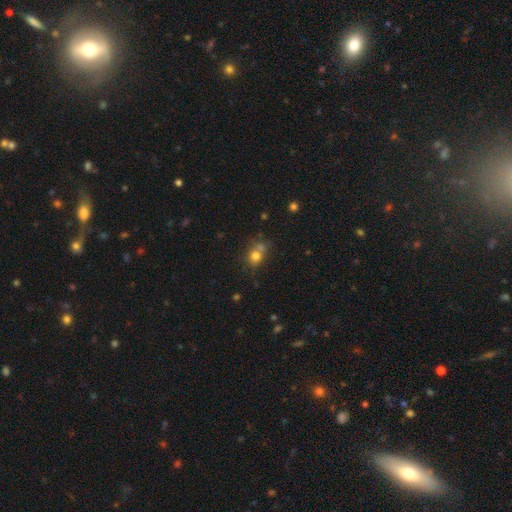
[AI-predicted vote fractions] This appears to be a smooth galaxy with no disk features (76%) that is round (71%). Merging: none (49%).